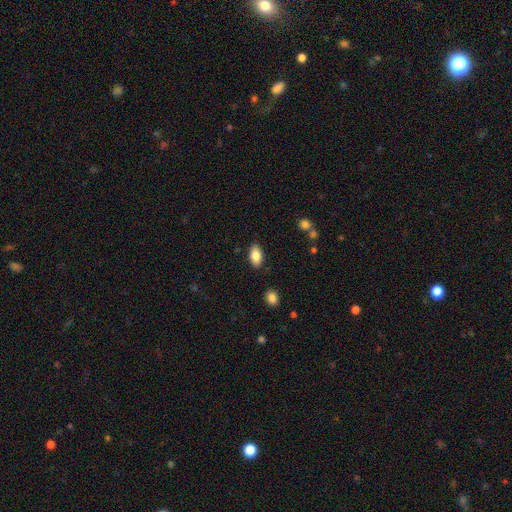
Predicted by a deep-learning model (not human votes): Smooth or featured?
  - smooth: 84% *
  - featured or disk: 9%
  - star or artifact: 7%
How rounded?
  - in between: 92% *
  - round: 4%
  - cigar-shaped: 4%
Merging?
  - none: 86% *
  - minor disturbance: 10%
  - major disturbance: 2%
  - merger: 2%